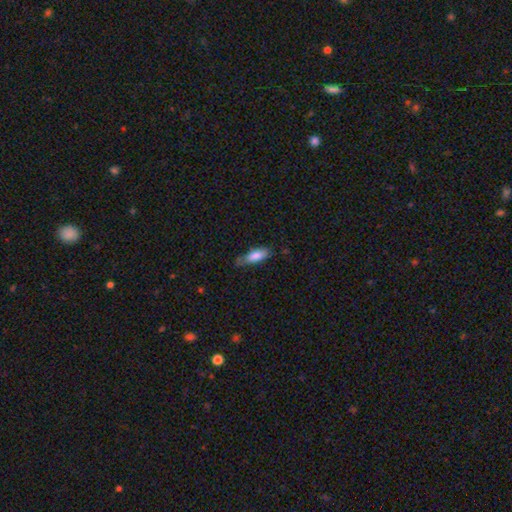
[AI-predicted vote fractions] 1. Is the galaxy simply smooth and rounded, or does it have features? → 80% smooth, 13% featured or disk, 6% star or artifact.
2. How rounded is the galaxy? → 67% in between, 31% cigar-shaped, 2% round.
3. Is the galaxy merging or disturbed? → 62% none, 30% minor disturbance, 6% major disturbance, 2% merger.